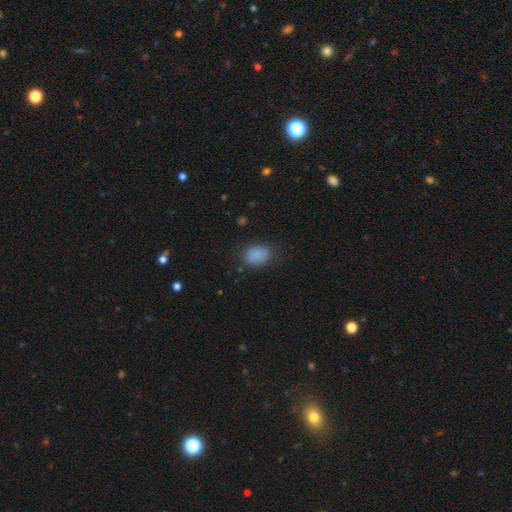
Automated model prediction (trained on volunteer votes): Smooth or featured? Predicted: smooth (p=0.86). How rounded? Predicted: in between (p=0.72). Merging? Predicted: none (p=0.75).